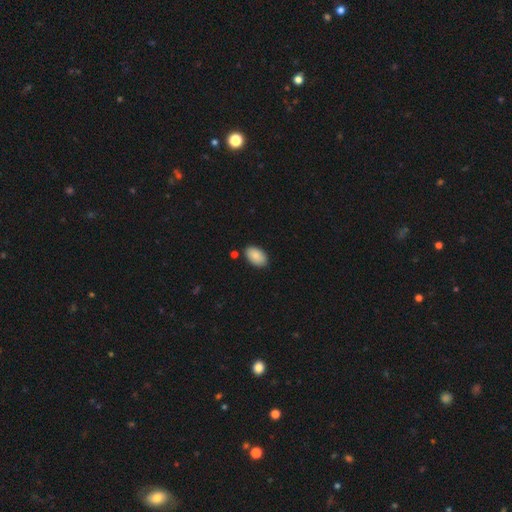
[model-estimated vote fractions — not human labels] smooth_or_featured: smooth (p=0.88) [alt: star or artifact p=0.07]
how_rounded: in between (p=0.94) [alt: round p=0.05]
merging: none (p=0.84) [alt: minor disturbance p=0.11]